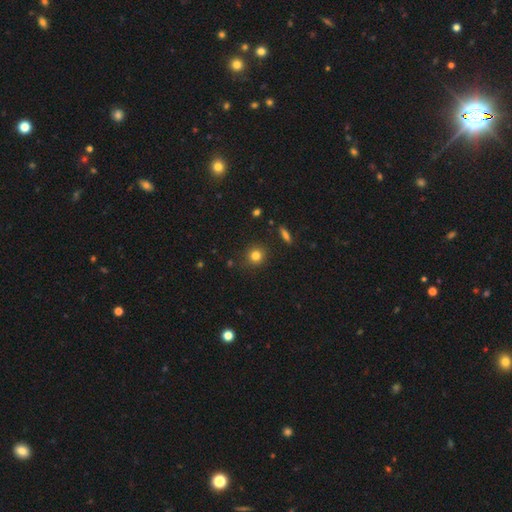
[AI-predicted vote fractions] Smooth or featured?
  - smooth: 80% *
  - star or artifact: 13%
  - featured or disk: 6%
How rounded?
  - round: 90% *
  - in between: 9%
  - cigar-shaped: 1%
Merging?
  - none: 88% *
  - minor disturbance: 8%
  - major disturbance: 2%
  - merger: 2%